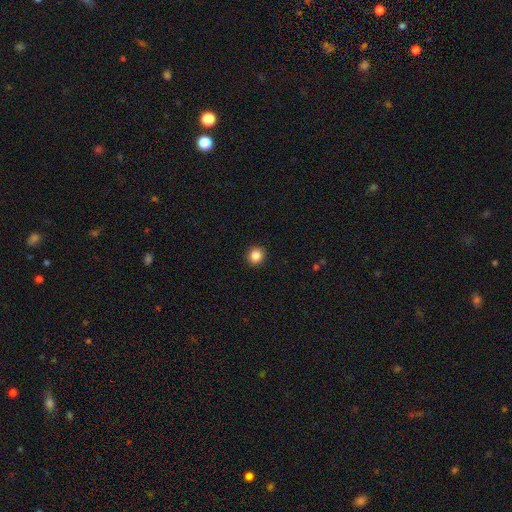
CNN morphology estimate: Smooth or featured?
  - smooth: 87% *
  - star or artifact: 10%
  - featured or disk: 3%
How rounded?
  - round: 87% *
  - in between: 12%
  - cigar-shaped: 1%
Merging?
  - none: 91% *
  - minor disturbance: 6%
  - major disturbance: 2%
  - merger: 1%